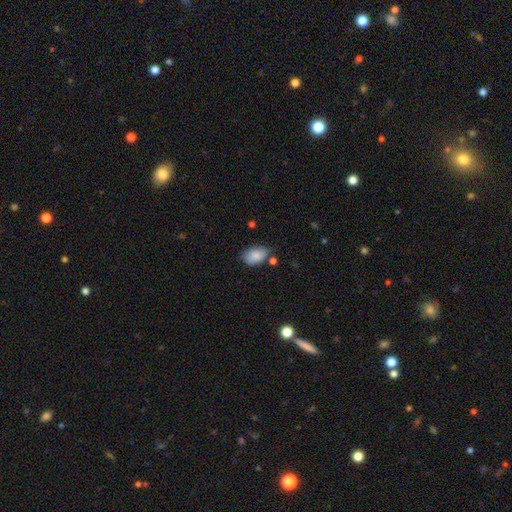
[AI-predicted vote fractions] smooth_or_featured: smooth (p=0.86) [alt: featured or disk p=0.07]
how_rounded: in between (p=0.90) [alt: round p=0.08]
merging: none (p=0.67) [alt: minor disturbance p=0.23]